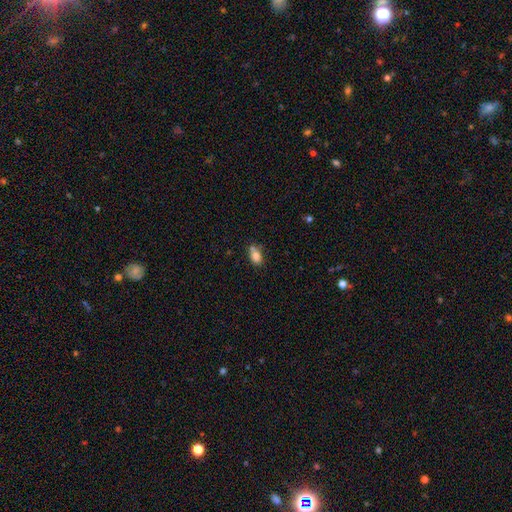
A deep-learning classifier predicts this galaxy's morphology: A smooth galaxy with no disk features (79%) that is in between round and cigar-shaped (79%).

Vote fractions:
- Smooth or featured? smooth: 79% / featured or disk: 11% / star or artifact: 10%
- How rounded? in between: 79% / round: 19% / cigar-shaped: 2%
- Merging? none: 52% / merger: 25% / minor disturbance: 17% / major disturbance: 5%